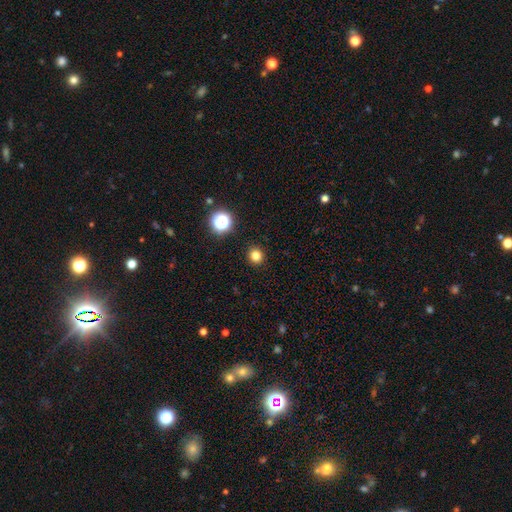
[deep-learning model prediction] This appears to be a smooth galaxy with no disk features (80%) that is round (88%). Merging: none (92%).